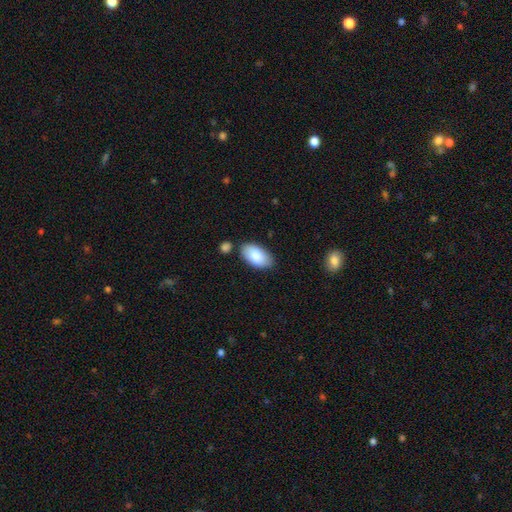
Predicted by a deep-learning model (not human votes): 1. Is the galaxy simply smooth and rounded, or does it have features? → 86% smooth, 9% featured or disk, 6% star or artifact.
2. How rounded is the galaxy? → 95% in between, 2% round, 2% cigar-shaped.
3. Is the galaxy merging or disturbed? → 76% none, 14% minor disturbance, 6% merger, 3% major disturbance.